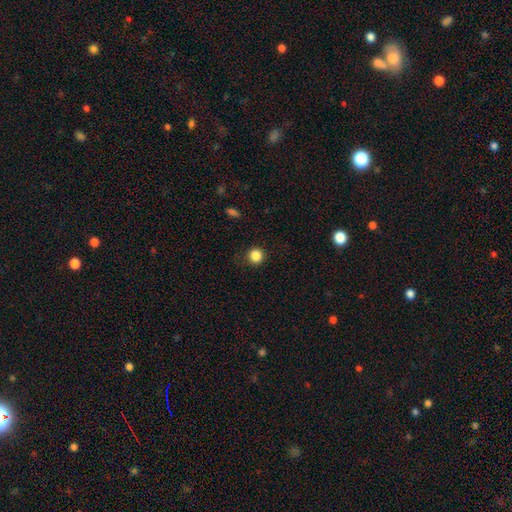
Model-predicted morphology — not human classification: A smooth galaxy with no disk features (85%) that is round (93%).

Vote fractions:
- Smooth or featured? smooth: 85% / star or artifact: 11% / featured or disk: 4%
- How rounded? round: 93% / in between: 6% / cigar-shaped: 1%
- Merging? none: 88% / minor disturbance: 8% / major disturbance: 3% / merger: 1%